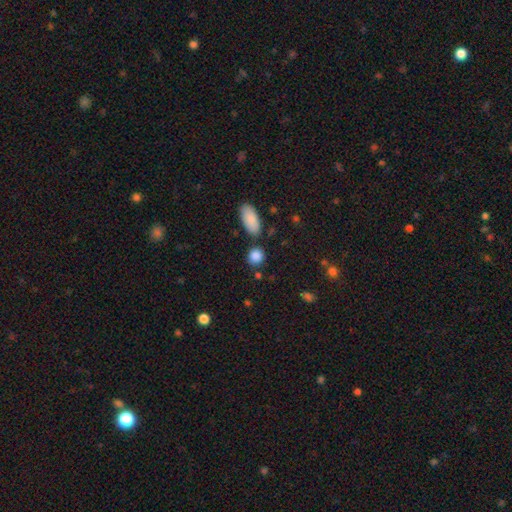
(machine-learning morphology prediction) A smooth galaxy with no disk features (87%) that is round (75%).

Vote fractions:
- Smooth or featured? smooth: 87% / star or artifact: 8% / featured or disk: 4%
- How rounded? round: 75% / in between: 23% / cigar-shaped: 2%
- Merging? none: 77% / minor disturbance: 11% / merger: 9% / major disturbance: 4%